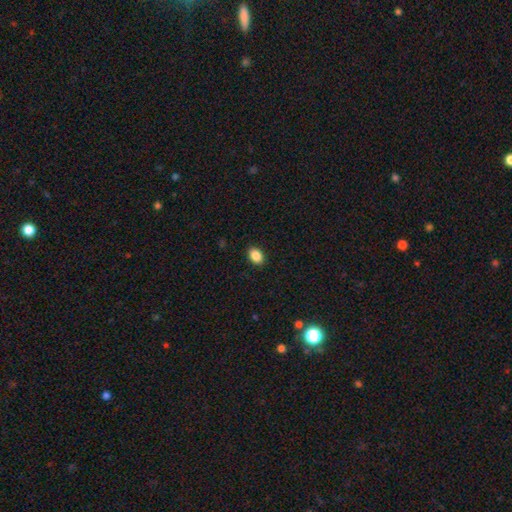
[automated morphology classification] The model was most divided on "how rounded": in between: 79%, round: 20%, cigar-shaped: 1%. More confident: merging — none (90%); smooth or featured — smooth (88%).